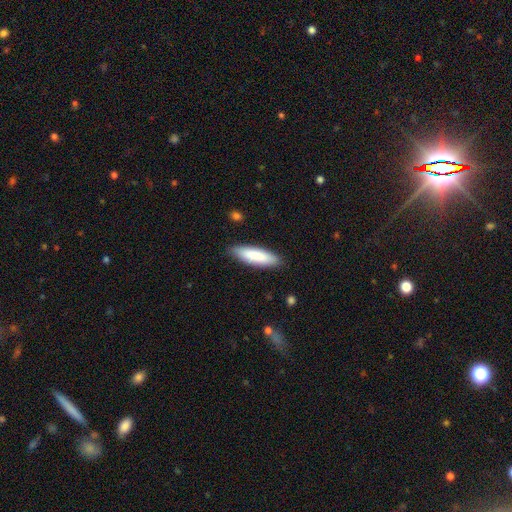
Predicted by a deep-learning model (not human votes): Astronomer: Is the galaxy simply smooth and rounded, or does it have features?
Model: smooth — 85%.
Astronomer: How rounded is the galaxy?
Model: cigar-shaped — 59% (runner-up: in between, 40%).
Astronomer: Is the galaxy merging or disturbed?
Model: none — 87%.